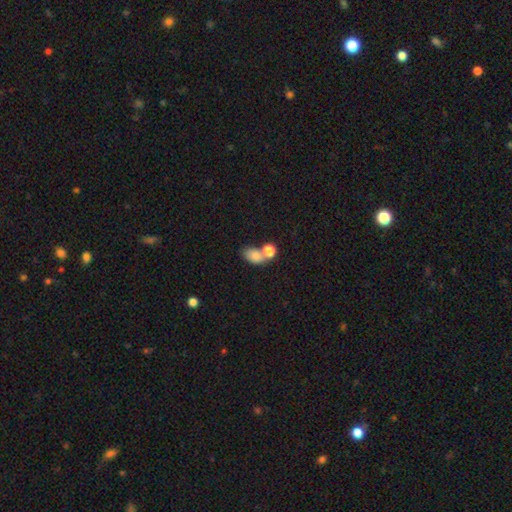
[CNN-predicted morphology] type=smooth (79%); roundness=in between (78%); merging=merger (44%).